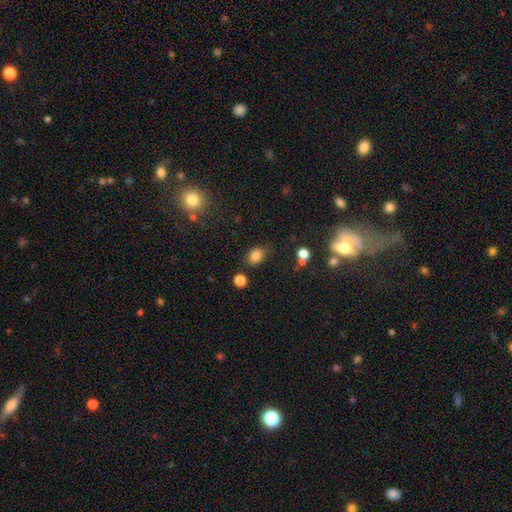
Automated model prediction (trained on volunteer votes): The model was most divided on "how rounded": in between: 69%, round: 30%, cigar-shaped: 1%. More confident: smooth or featured — smooth (81%); merging — none (74%).